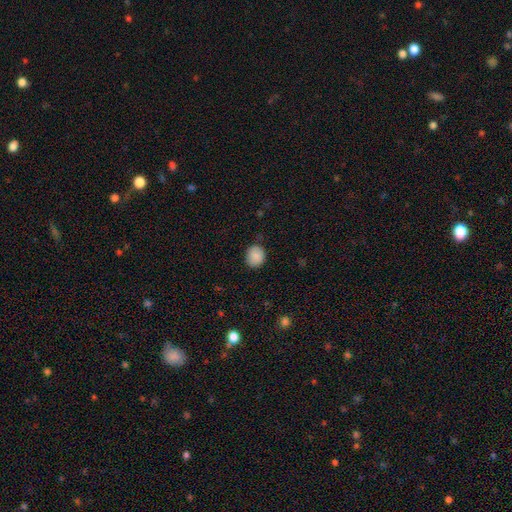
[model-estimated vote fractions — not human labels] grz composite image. It shows a smooth galaxy with no disk features (89%) that is round (68%). Merging: none (79%).